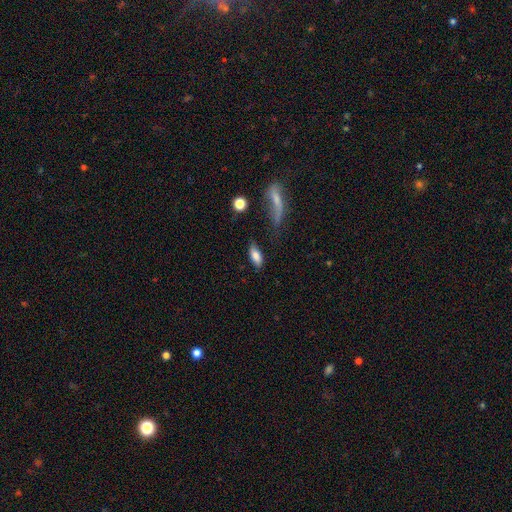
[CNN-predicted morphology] Smooth or featured? Predicted: smooth (p=0.79). How rounded? Predicted: in between (p=0.83). Merging? Predicted: none (p=0.73).